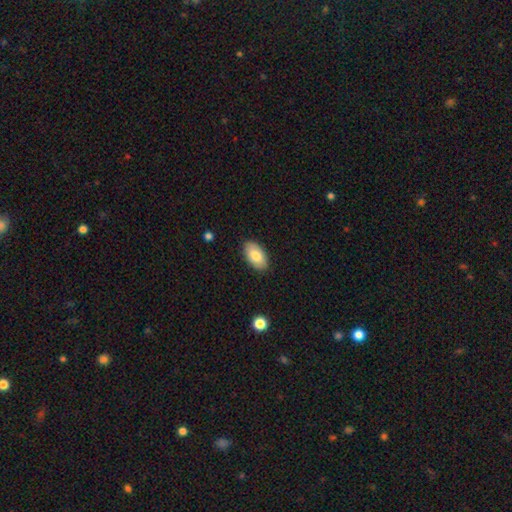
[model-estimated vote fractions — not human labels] smooth 81%, featured or disk 13%, star or artifact 6%. Down the decision tree: how rounded — in between (95%); merging — none (87%).